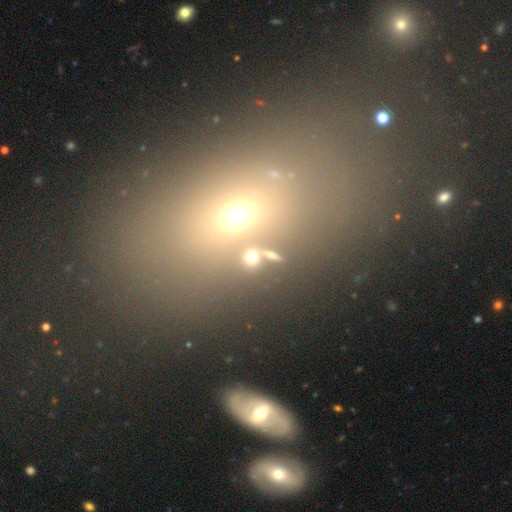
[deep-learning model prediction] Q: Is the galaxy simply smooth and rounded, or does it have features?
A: smooth — 55%.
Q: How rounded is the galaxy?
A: in between — 56%.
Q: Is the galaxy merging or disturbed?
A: none — 70%.